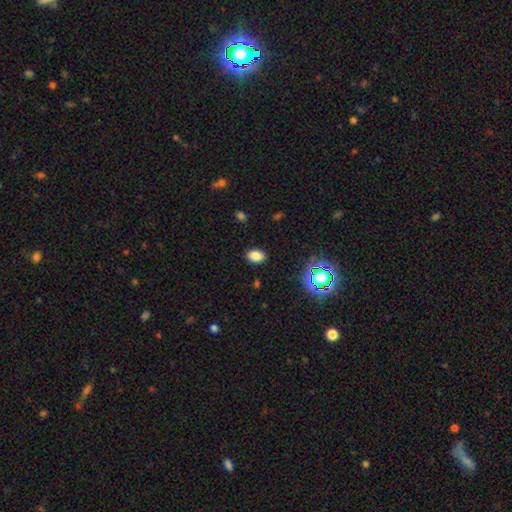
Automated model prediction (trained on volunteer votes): Overall: smooth (81%). How rounded: in between (77%). Merging: none (88%).